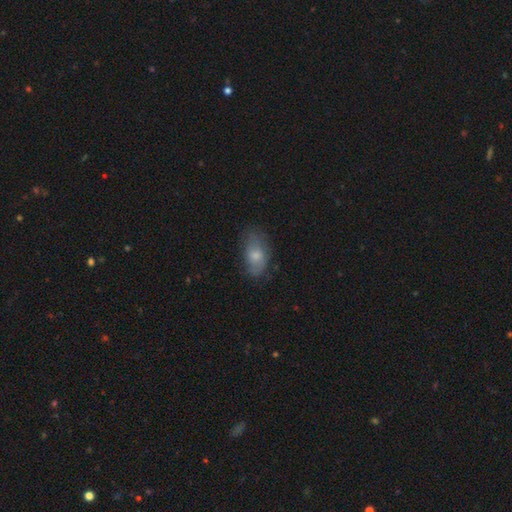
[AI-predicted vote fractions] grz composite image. It shows a smooth galaxy with no disk features (68%) that is in between round and cigar-shaped (91%). Merging: none (63%).